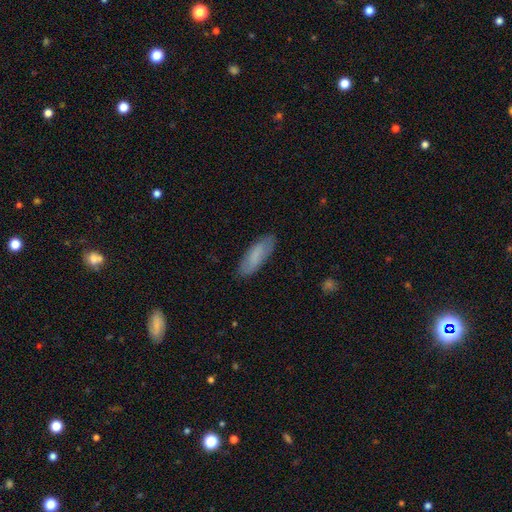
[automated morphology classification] smooth_or_featured: smooth (p=0.72) [alt: featured or disk p=0.22]
how_rounded: in between (p=0.60) [alt: cigar-shaped p=0.38]
merging: none (p=0.82) [alt: minor disturbance p=0.14]